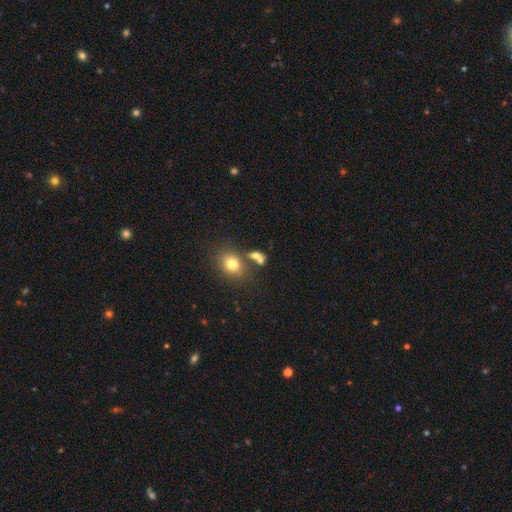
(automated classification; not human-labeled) A smooth galaxy with no disk features (71%) that is in between round and cigar-shaped (52%).

Vote fractions:
- Smooth or featured? smooth: 71% / star or artifact: 16% / featured or disk: 13%
- How rounded? in between: 52% / round: 45% / cigar-shaped: 3%
- Merging? none: 47% / merger: 36% / minor disturbance: 11% / major disturbance: 6%